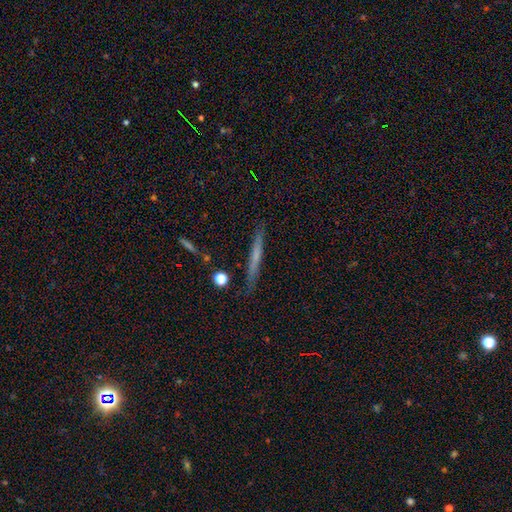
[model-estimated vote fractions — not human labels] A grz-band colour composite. It shows a smooth galaxy with no disk features (50%). Merging: none (86%).